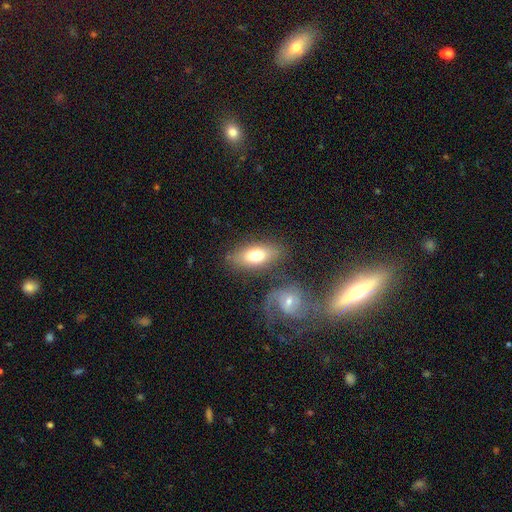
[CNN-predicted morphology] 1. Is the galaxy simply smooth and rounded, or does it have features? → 69% smooth, 24% featured or disk, 7% star or artifact.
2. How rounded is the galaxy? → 85% in between, 11% cigar-shaped, 4% round.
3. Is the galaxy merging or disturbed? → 69% none, 14% minor disturbance, 11% merger, 5% major disturbance.